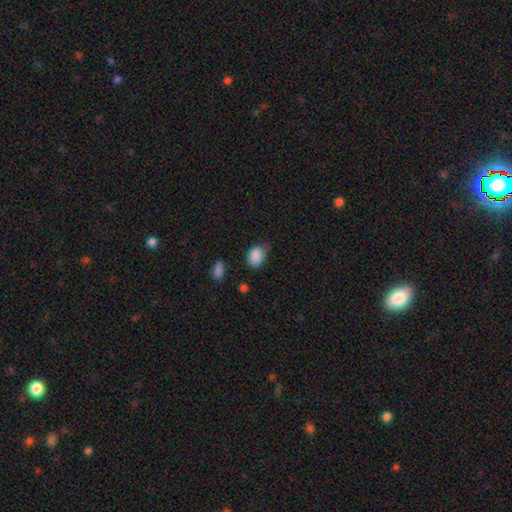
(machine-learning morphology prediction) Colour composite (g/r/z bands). It shows a smooth galaxy with no disk features (88%) that is in between round and cigar-shaped (70%). Merging: none (58%).